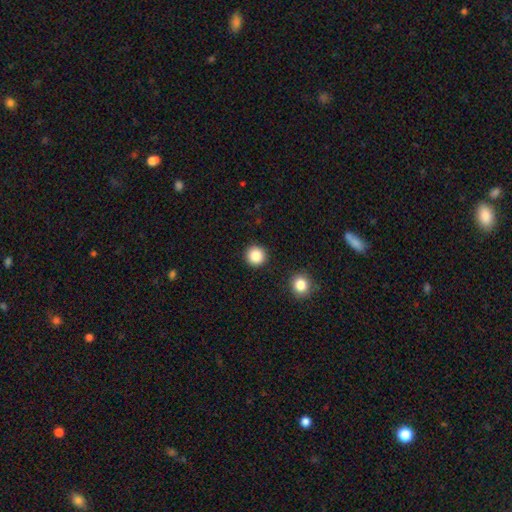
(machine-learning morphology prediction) smooth_or_featured: smooth (p=0.87) [alt: star or artifact p=0.10]
how_rounded: round (p=0.95) [alt: in between p=0.04]
merging: none (p=0.91) [alt: minor disturbance p=0.05]